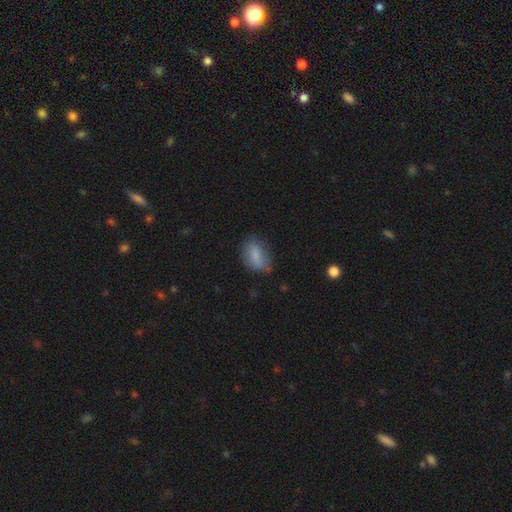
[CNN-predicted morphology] A smooth galaxy with no disk features (80%) that is in between round and cigar-shaped (85%).

Vote fractions:
- Smooth or featured? smooth: 80% / featured or disk: 11% / star or artifact: 8%
- How rounded? in between: 85% / round: 10% / cigar-shaped: 5%
- Merging? none: 68% / minor disturbance: 24% / major disturbance: 6% / merger: 2%